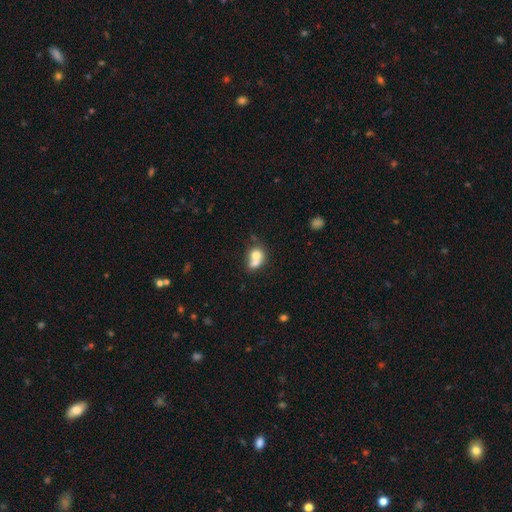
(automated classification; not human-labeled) Overall: smooth (69%). How rounded: round (59%; in between 40%). Merging: merger (65%).